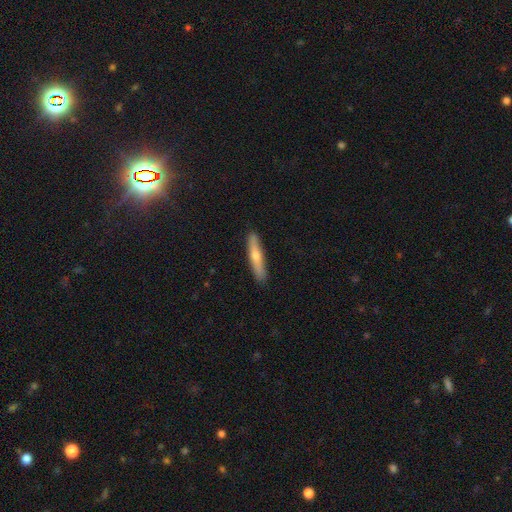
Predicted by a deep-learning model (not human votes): A smooth galaxy with no disk features (58%) that is cigar-shaped (91%). Merging: none (89%).